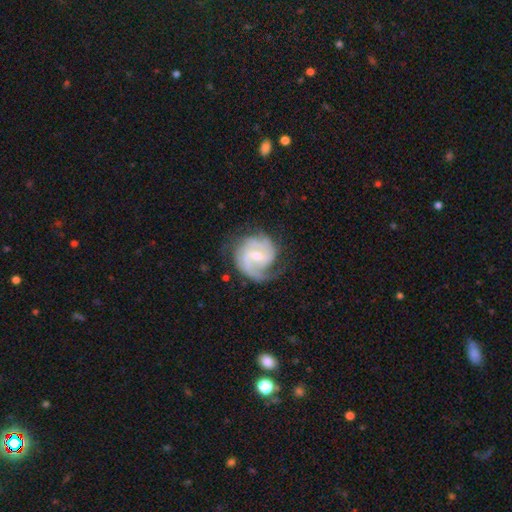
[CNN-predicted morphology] featured or disk 86%, smooth 9%, star or artifact 5%. Down the decision tree: edge-on disk — no (98%); bar — weak (57%); spiral arms — yes (97%); spiral arm count — 2 (55%); spiral winding — medium (43%); bulge size — moderate (48%); merging — none (66%).